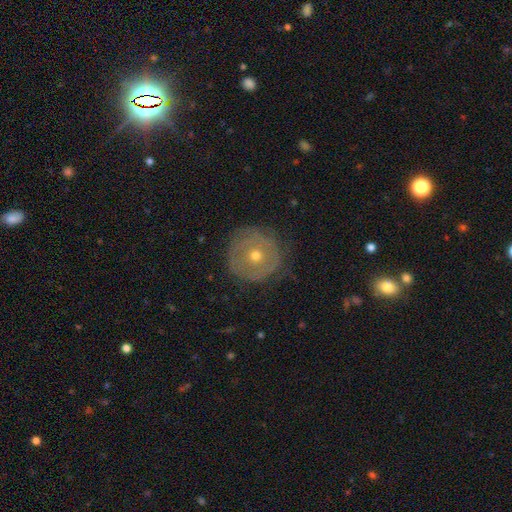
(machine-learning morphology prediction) type=featured or disk (55%); edge-on=no (95%); bar=no (88%); spiral arms=no (62%); bulge=moderate (55%); merging=none (78%).